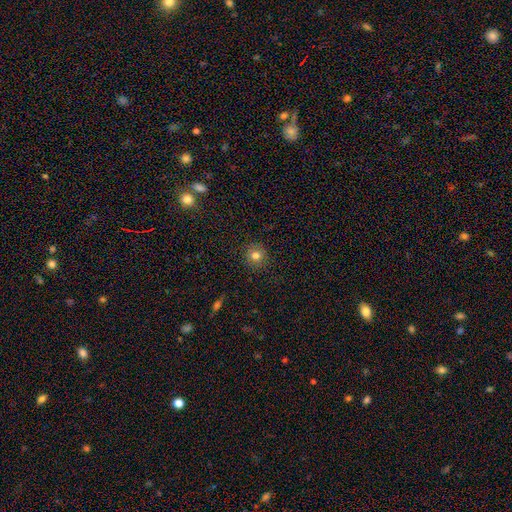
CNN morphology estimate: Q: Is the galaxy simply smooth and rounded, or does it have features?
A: smooth — 78%.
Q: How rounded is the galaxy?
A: round — 90%.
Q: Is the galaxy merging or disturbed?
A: none — 90%.